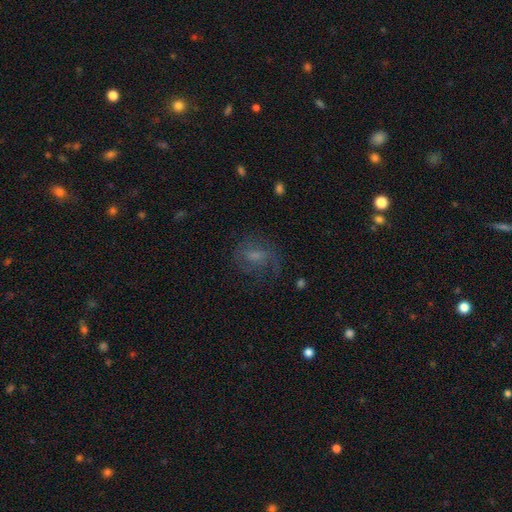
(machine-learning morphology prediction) Smooth or featured: featured or disk — 45% (smooth — 39%)
Merging: none — 58% (major disturbance — 21%)